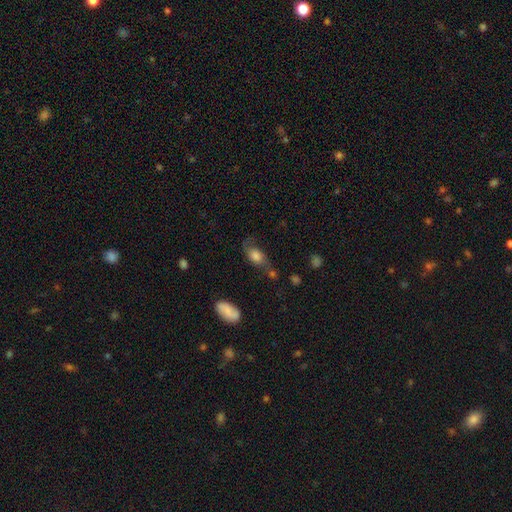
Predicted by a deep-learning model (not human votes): smooth-or-featured: smooth: 58% | featured or disk: 32% | star or artifact: 10%
  how-rounded: in between: 78% | round: 16% | cigar-shaped: 6%
  merging: none: 42% | minor disturbance: 26% | major disturbance: 20% | merger: 12%